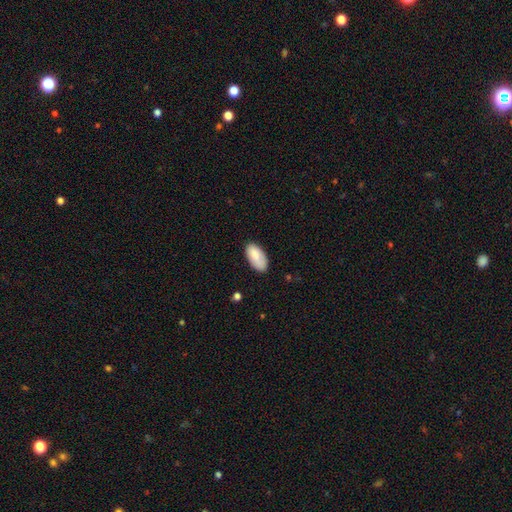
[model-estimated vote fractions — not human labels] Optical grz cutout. It shows a smooth galaxy with no disk features (83%) that is in between round and cigar-shaped (95%). Merging: none (76%).